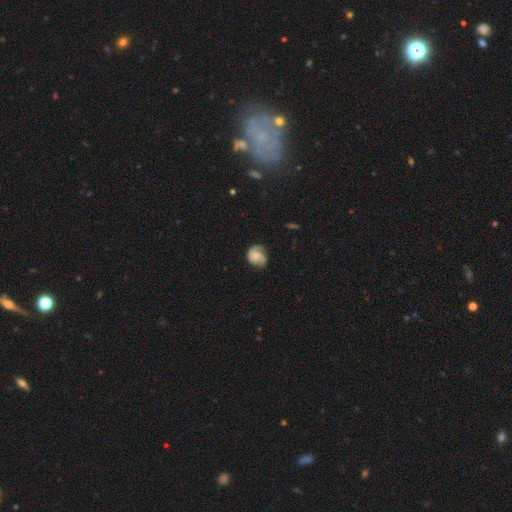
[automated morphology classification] The model was most divided on "bulge size": small: 42%, none: 26%, moderate: 25%, large: 5%, dominant: 2%. More confident: edge-on disk — no (98%); spiral arms — yes (90%); bar — no (70%); merging — none (60%); smooth or featured — featured or disk (55%).